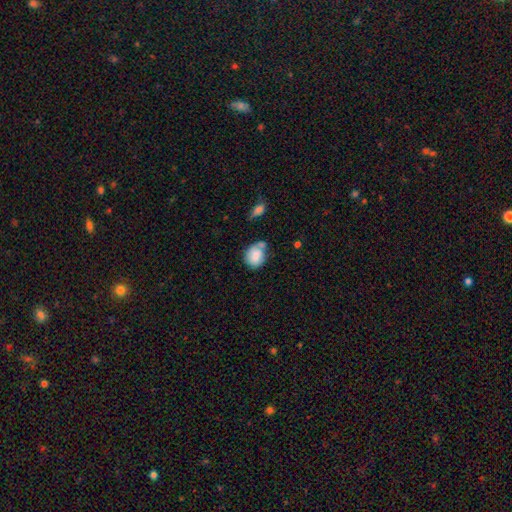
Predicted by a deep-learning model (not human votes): Smooth or featured? smooth (76%)
How rounded? round (51%)
Merging? none (46%)